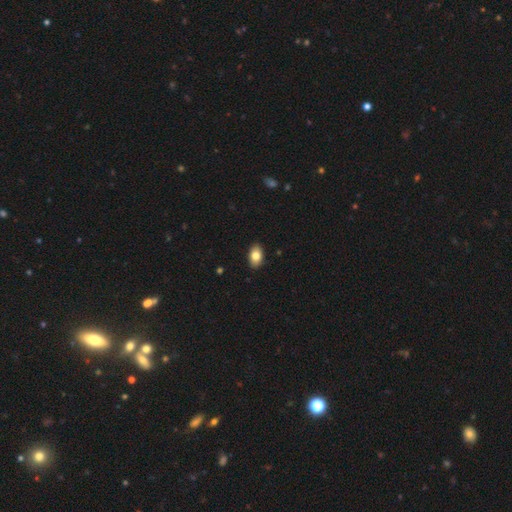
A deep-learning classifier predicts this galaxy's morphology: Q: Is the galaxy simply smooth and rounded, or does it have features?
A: smooth — 81%.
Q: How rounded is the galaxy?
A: in between — 91%.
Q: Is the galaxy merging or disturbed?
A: none — 90%.